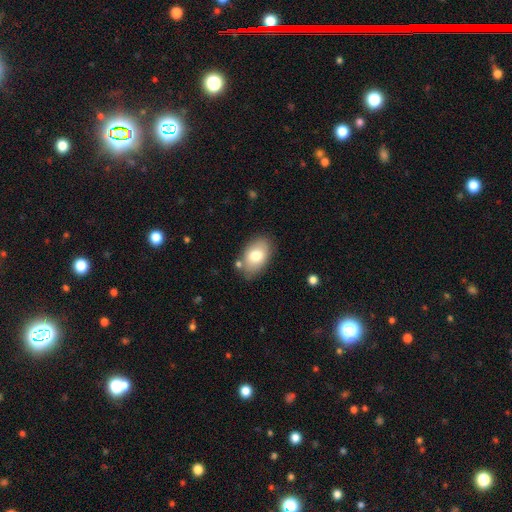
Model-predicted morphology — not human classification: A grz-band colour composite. It shows a smooth galaxy with no disk features (76%) that is in between round and cigar-shaped (89%). Merging: none (77%).